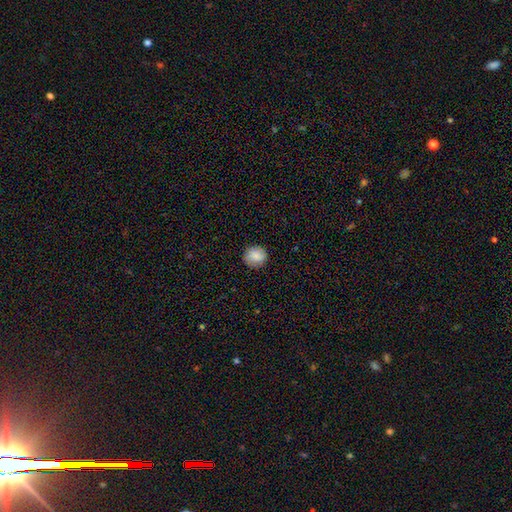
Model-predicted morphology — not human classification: Smooth or featured: smooth — 85% (star or artifact — 8%)
How rounded: round — 86% (in between — 13%)
Merging: none — 88% (minor disturbance — 9%)